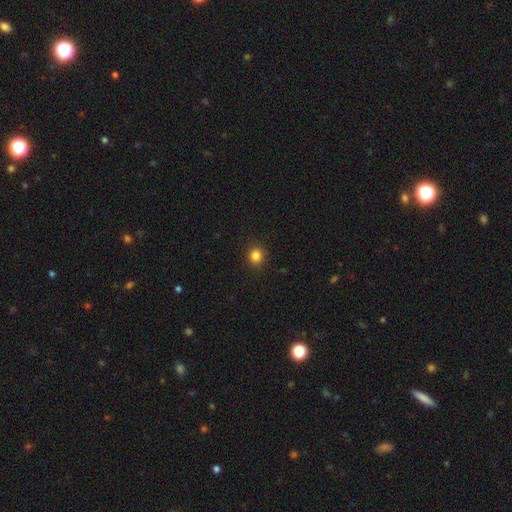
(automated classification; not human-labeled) Smooth or featured? Predicted: smooth (p=0.84). How rounded? Predicted: round (p=0.87). Merging? Predicted: none (p=0.91).